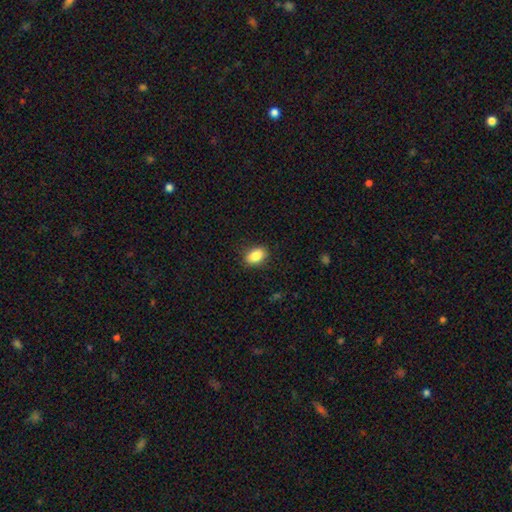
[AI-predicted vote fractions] The model was most divided on "how rounded": in between: 84%, round: 15%, cigar-shaped: 1%. More confident: smooth or featured — smooth (87%); merging — none (86%).